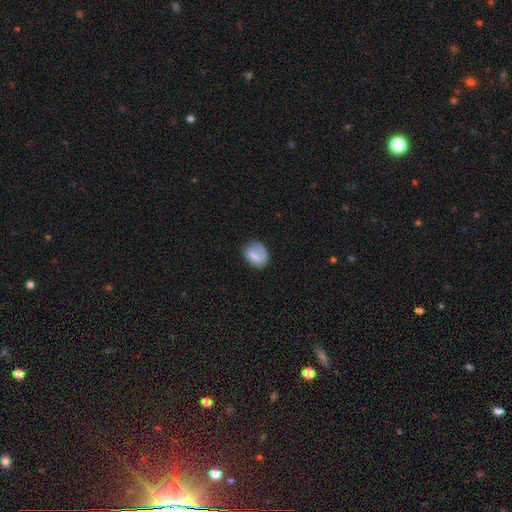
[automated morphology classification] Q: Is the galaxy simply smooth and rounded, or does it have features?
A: smooth — 65%.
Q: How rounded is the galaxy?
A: in between — 58%.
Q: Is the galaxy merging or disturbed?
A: none — 58%.